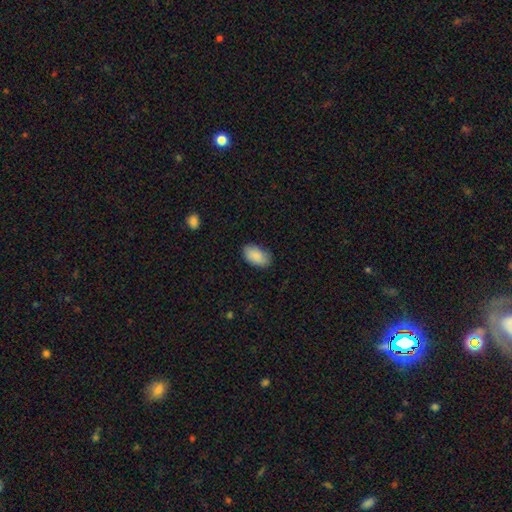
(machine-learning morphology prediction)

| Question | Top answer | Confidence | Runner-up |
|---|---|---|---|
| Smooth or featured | smooth | 89% | star or artifact (6%) |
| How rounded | in between | 94% | round (5%) |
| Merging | none | 81% | minor disturbance (15%) |